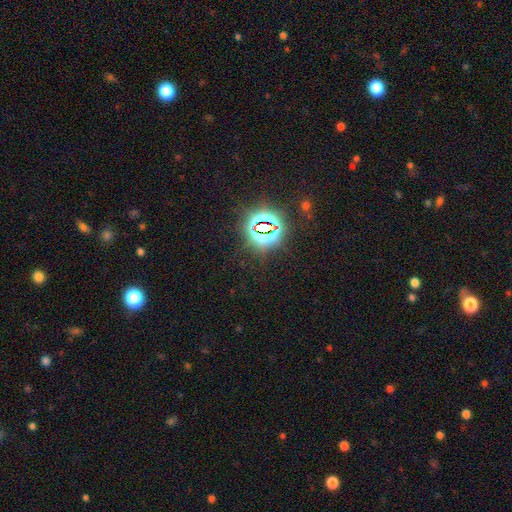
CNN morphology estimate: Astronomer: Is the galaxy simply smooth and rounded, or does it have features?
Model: star or artifact — 82%.